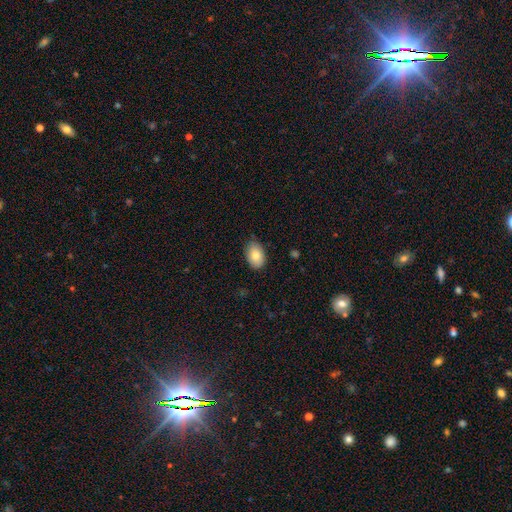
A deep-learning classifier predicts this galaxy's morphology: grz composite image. It shows a smooth galaxy with no disk features (83%) that is in between round and cigar-shaped (88%). Merging: none (81%).